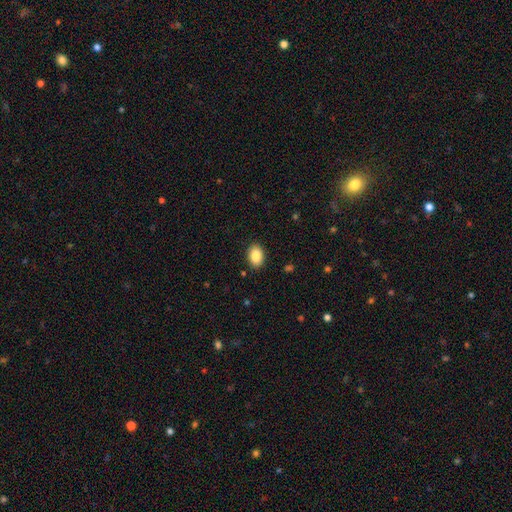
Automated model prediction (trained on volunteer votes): Q: Smooth or featured?
A: smooth (87%); runner-up: star or artifact (8%)
Q: How rounded?
A: in between (86%); runner-up: round (12%)
Q: Merging?
A: none (89%); runner-up: minor disturbance (8%)